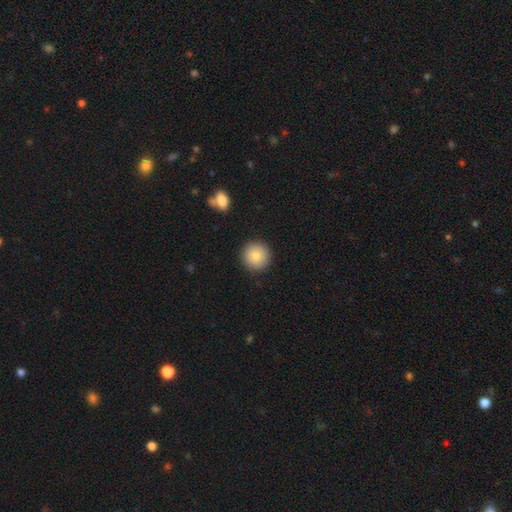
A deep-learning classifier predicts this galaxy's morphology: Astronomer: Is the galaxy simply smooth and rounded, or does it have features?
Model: smooth — 84%.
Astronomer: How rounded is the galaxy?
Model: round — 95%.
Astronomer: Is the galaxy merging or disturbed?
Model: none — 91%.